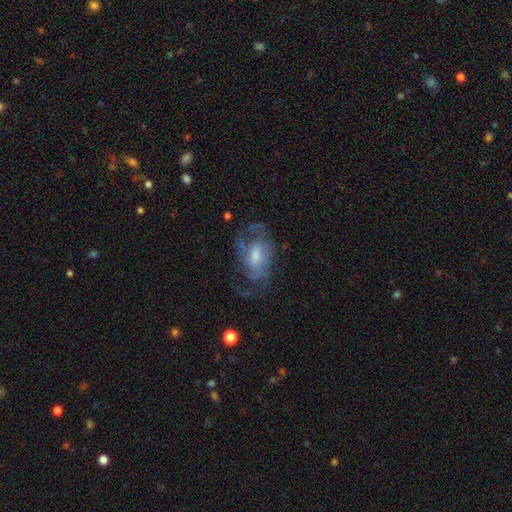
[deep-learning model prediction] Smooth or featured? featured or disk (71%)
Edge-on disk? no (95%)
Bar? no (47%)
Spiral arms? yes (81%)
Spiral winding? medium (44%)
Spiral arm count? can't tell (41%)
Bulge size? moderate (48%)
Merging? none (54%)